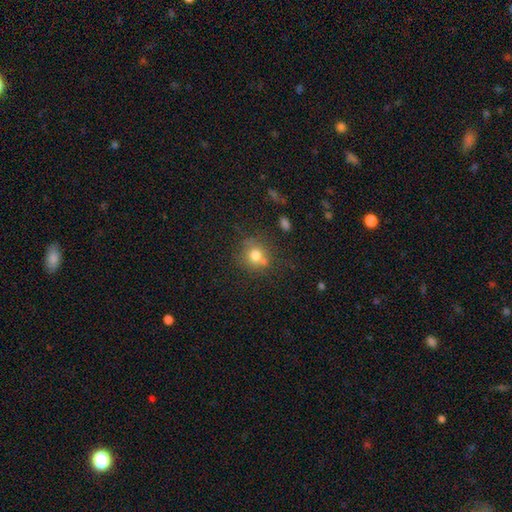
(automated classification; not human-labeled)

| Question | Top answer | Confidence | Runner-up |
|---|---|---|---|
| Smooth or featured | smooth | 75% | star or artifact (13%) |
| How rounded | round | 80% | in between (18%) |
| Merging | none | 63% | minor disturbance (18%) |